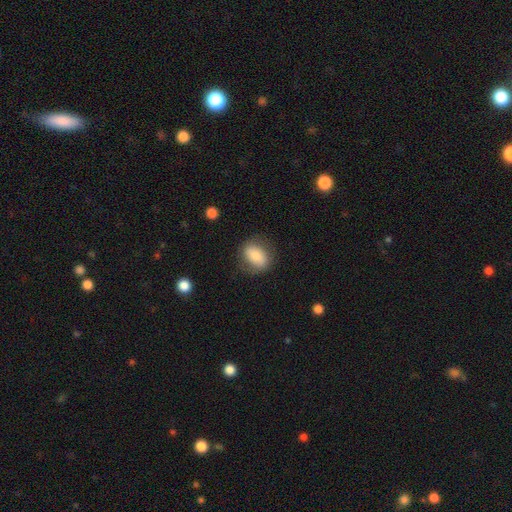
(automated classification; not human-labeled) The model was most divided on "how rounded": in between: 71%, round: 27%, cigar-shaped: 2%. More confident: merging — none (77%); smooth or featured — smooth (75%).